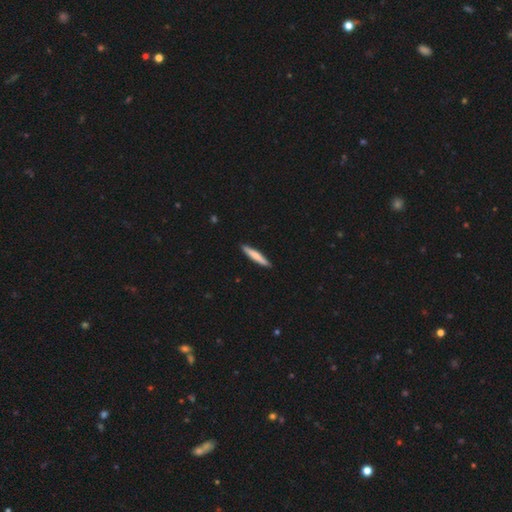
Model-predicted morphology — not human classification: This appears to be a smooth galaxy with no disk features (71%) that is cigar-shaped (93%). Merging: none (91%).